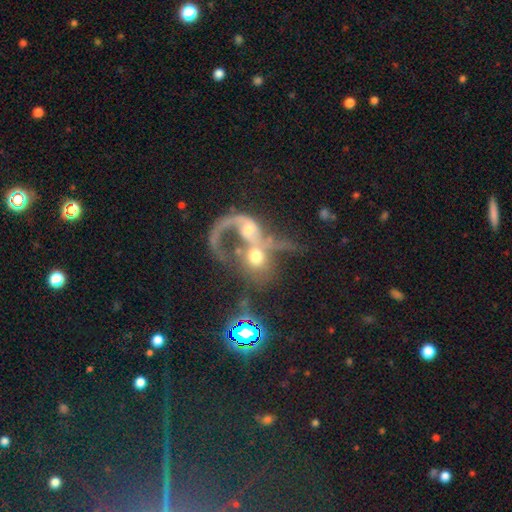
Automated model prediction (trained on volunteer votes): Morphology: type=featured or disk (61%); edge-on=no (95%); bar=no (69%); spiral arms=yes (62%); bulge=moderate (55%); merging=merger (67%).